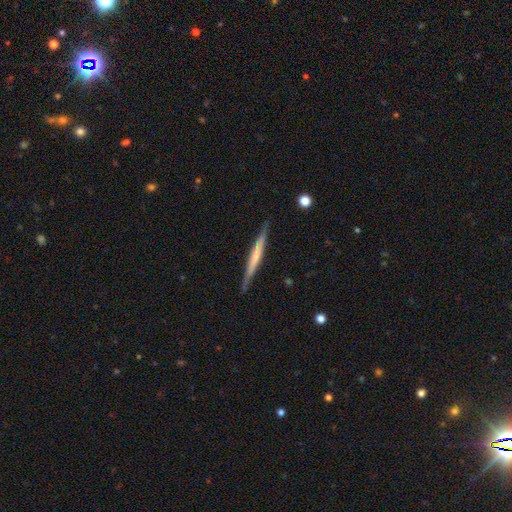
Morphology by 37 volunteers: This is possibly a featured or disk galaxy (57%). It is clearly viewed edge-on (95%). Edge-on bulge: likely none (60%). Merging: clearly none (83%).